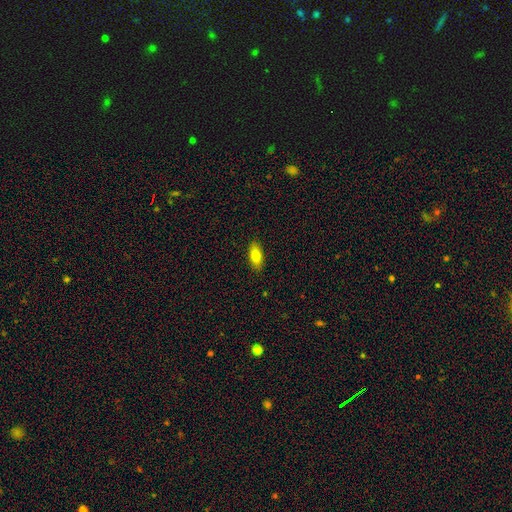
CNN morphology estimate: Smooth or featured? Predicted: smooth (p=0.76). How rounded? Predicted: in between (p=0.82). Merging? Predicted: none (p=0.88).